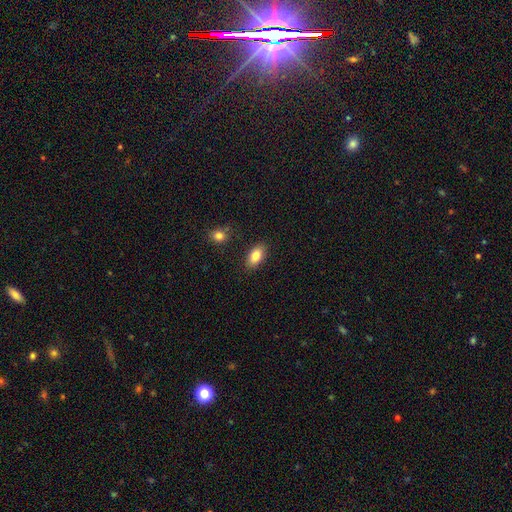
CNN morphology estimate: Smooth or featured? Predicted: smooth (p=0.83). How rounded? Predicted: in between (p=0.91). Merging? Predicted: none (p=0.86).